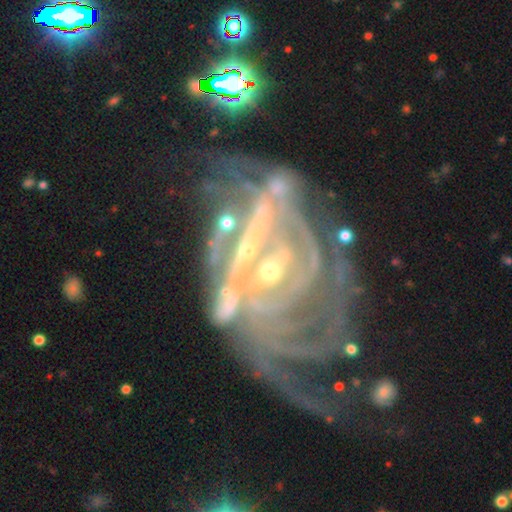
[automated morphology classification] This is clearly a featured or disk galaxy (85%). It is clearly not viewed edge-on (93%). Bar: marginally strong (45%). Spiral arm pattern: clearly yes (86%). Spiral arm count: marginally can't tell (38%). Spiral winding: possibly tight (48%). Central bulge: likely small (64%). Merging: marginally major disturbance (43%).